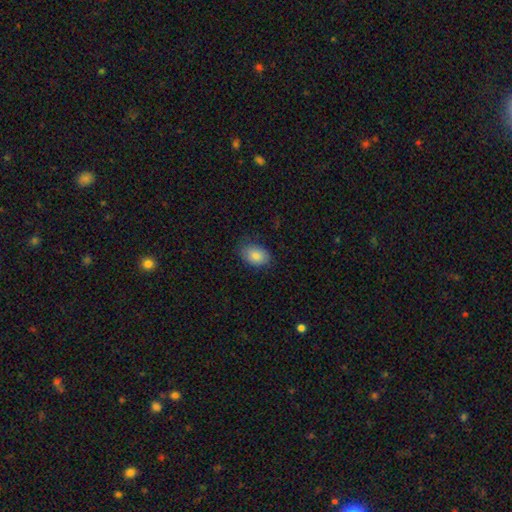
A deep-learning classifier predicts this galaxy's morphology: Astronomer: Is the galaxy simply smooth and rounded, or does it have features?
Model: smooth — 85%.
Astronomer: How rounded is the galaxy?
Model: in between — 84%.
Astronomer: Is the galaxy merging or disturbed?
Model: none — 77%.